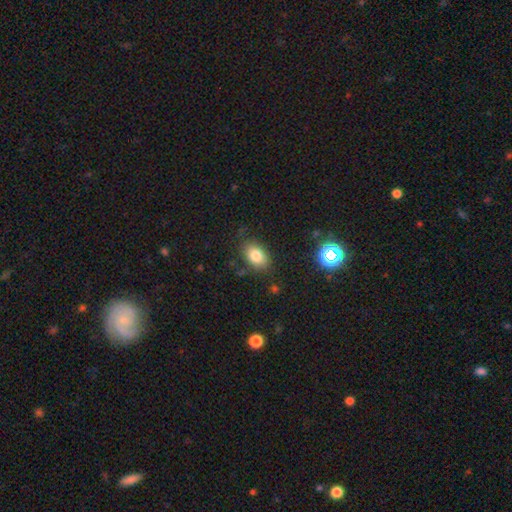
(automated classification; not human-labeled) Smooth or featured: smooth — 80% (star or artifact — 10%)
How rounded: in between — 84% (round — 15%)
Merging: none — 80% (minor disturbance — 14%)